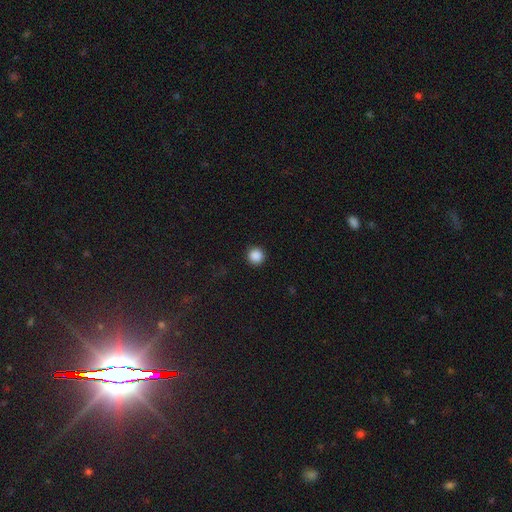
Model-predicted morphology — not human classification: type=smooth (87%); roundness=round (95%); merging=none (92%).